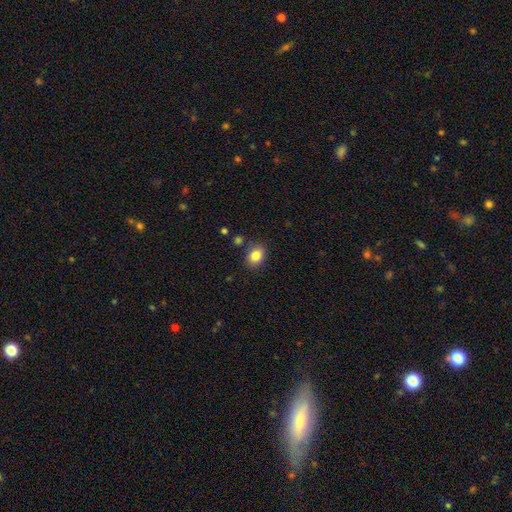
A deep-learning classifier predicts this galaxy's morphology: Smooth or featured? Predicted: smooth (p=0.84). How rounded? Predicted: in between (p=0.59). Merging? Predicted: none (p=0.83).